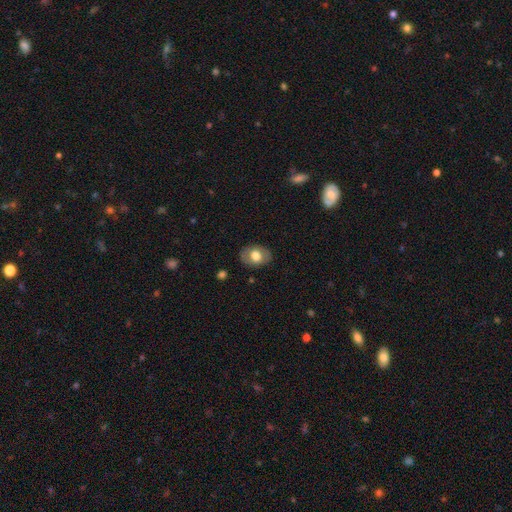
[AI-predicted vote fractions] smooth 67%, featured or disk 27%, star or artifact 7%. Down the decision tree: how rounded — in between (74%); merging — none (84%).